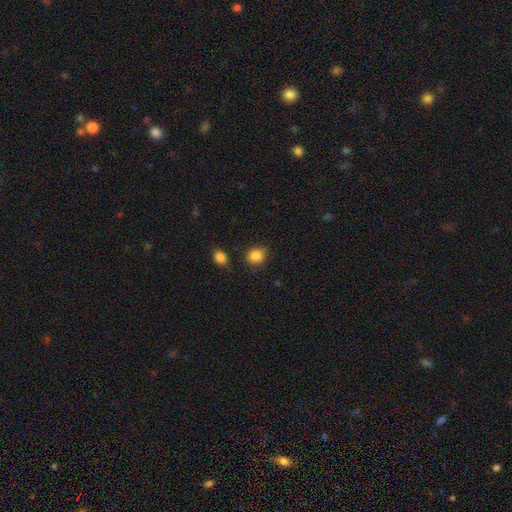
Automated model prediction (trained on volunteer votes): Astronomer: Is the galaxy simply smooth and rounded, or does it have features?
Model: smooth — 86%.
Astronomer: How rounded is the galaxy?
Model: round — 75%.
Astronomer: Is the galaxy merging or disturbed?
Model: none — 81%.